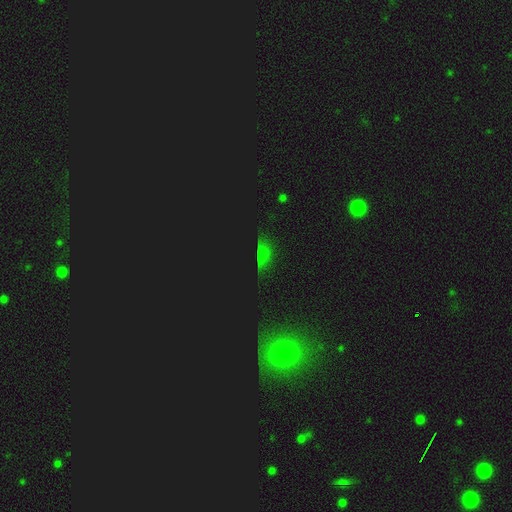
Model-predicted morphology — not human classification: This appears to be a star or artifact, not a galaxy (62%).